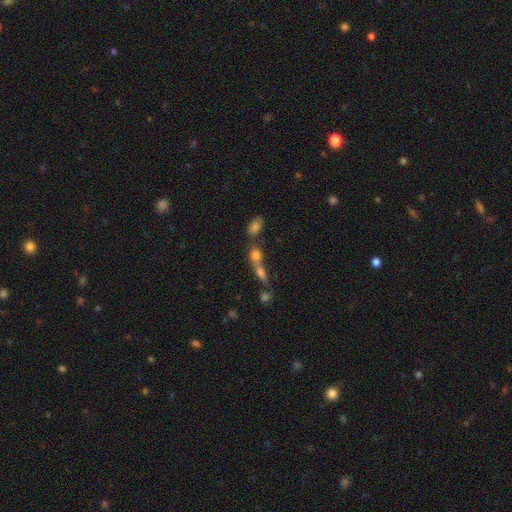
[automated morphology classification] The model was most divided on "how rounded": in between: 49%, round: 32%, cigar-shaped: 19%. More confident: smooth or featured — smooth (68%); merging — merger (56%).